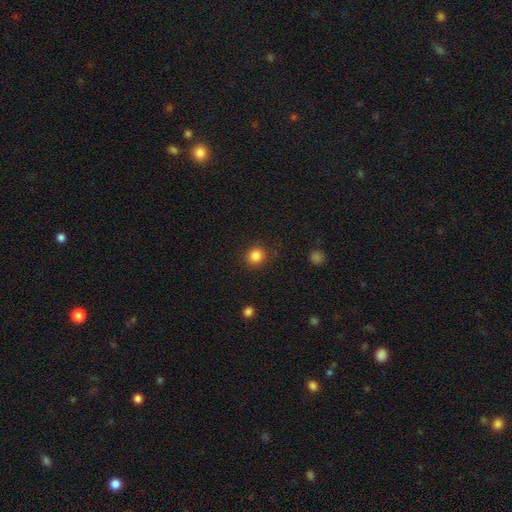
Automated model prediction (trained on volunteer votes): Overall: smooth (85%). How rounded: round (90%). Merging: none (89%).